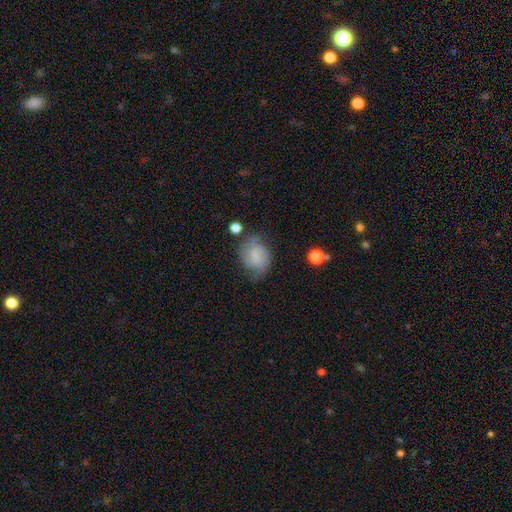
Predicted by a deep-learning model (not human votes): The model was most divided on "smooth or featured": smooth: 50%, featured or disk: 41%, star or artifact: 9%. More confident: merging — none (59%).